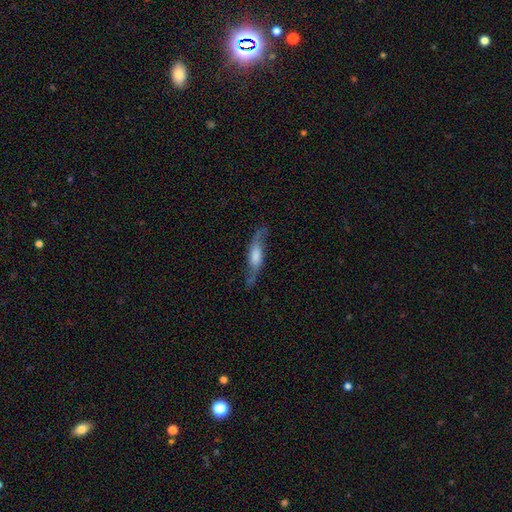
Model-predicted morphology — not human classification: Smooth or featured? featured or disk (75%)
Edge-on disk? no (60%)
Merging? none (73%)